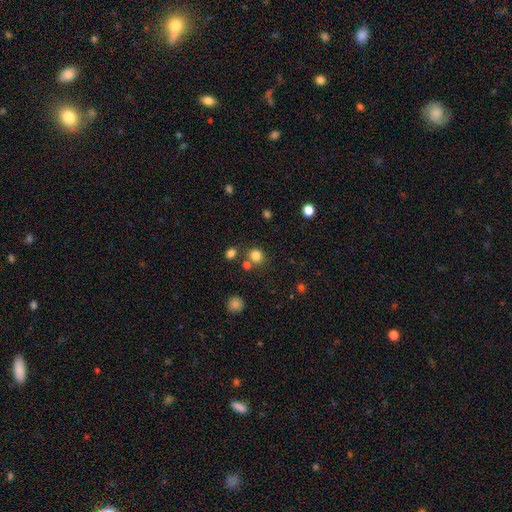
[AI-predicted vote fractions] smooth 80%, star or artifact 14%, featured or disk 5%. Down the decision tree: how rounded — round (85%); merging — none (71%).